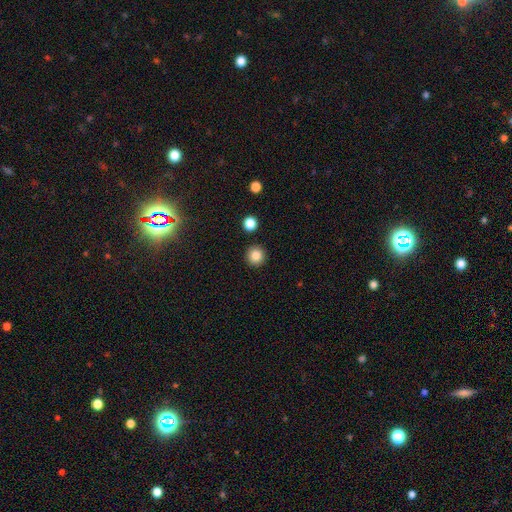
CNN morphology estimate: Smooth or featured? Predicted: smooth (p=0.85). How rounded? Predicted: round (p=0.95). Merging? Predicted: none (p=0.92).